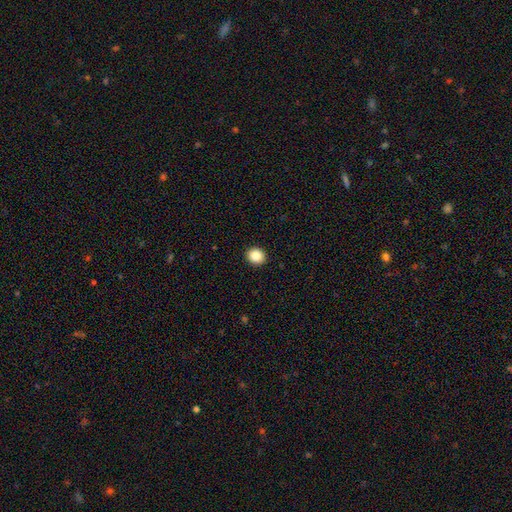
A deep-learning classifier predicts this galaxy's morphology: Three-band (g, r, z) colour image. It shows a smooth galaxy with no disk features (86%) that is round (78%). Merging: none (93%).